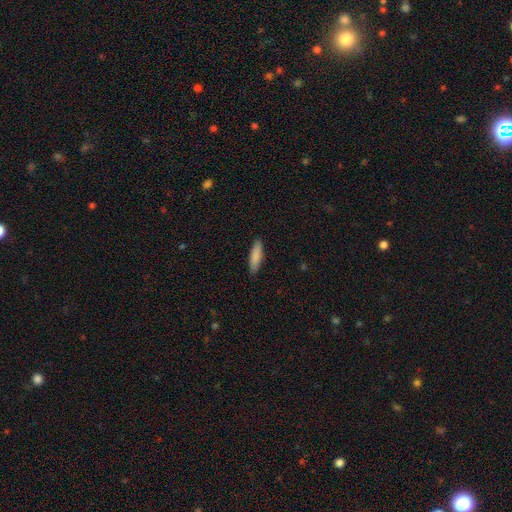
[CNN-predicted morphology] Q: Smooth or featured?
A: smooth (86%); runner-up: featured or disk (8%)
Q: How rounded?
A: cigar-shaped (62%); runner-up: in between (36%)
Q: Merging?
A: none (89%); runner-up: minor disturbance (8%)